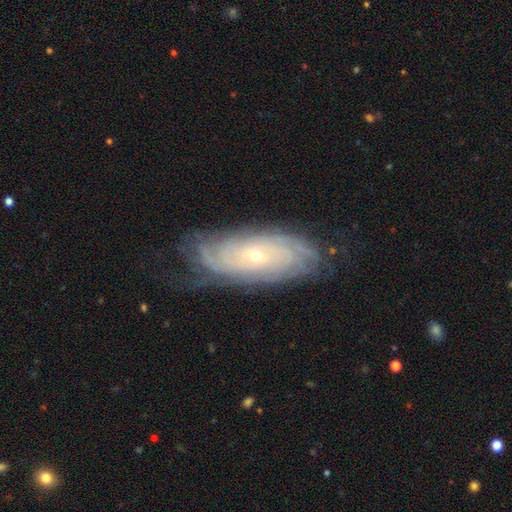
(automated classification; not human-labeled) A featured or disk galaxy (84%) with no bar (76%), tight (80%) spiral arms (95%) and a small central bulge (76%).

Vote fractions:
- Smooth or featured? featured or disk: 84% / smooth: 10% / star or artifact: 6%
- Edge-on disk? no: 91% / yes: 9%
- Bar? no: 76% / weak: 19% / strong: 5%
- Spiral arms? yes: 95% / no: 5%
- Spiral winding? tight: 80% / medium: 16% / loose: 4%
- Spiral arm count? can't tell: 46% / 4: 15% / more than 4: 13% / 2: 10% / 3: 10% / 1: 5%
- Bulge size? small: 76% / moderate: 21% / large: 1% / none: 1% / dominant: 1%
- Merging? none: 73% / minor disturbance: 19% / major disturbance: 7% / merger: 1%